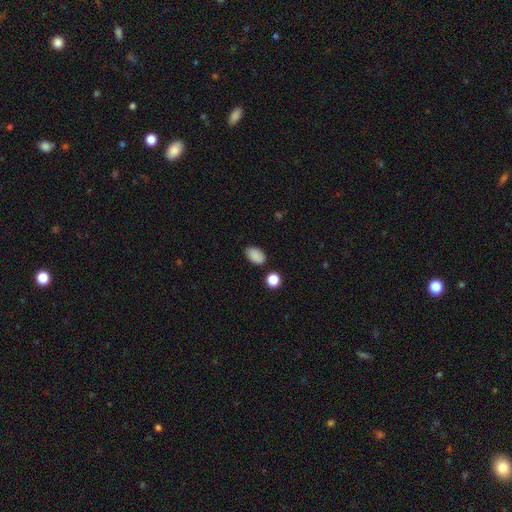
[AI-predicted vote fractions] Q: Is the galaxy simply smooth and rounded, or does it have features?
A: smooth — 87%.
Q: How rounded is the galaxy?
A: in between — 89%.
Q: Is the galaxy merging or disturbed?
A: none — 81%.